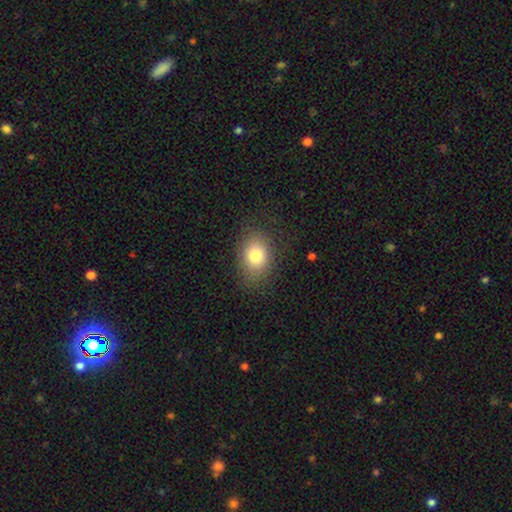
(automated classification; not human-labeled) A smooth galaxy with no disk features (79%) that is in between round and cigar-shaped (64%). Merging: none (80%).